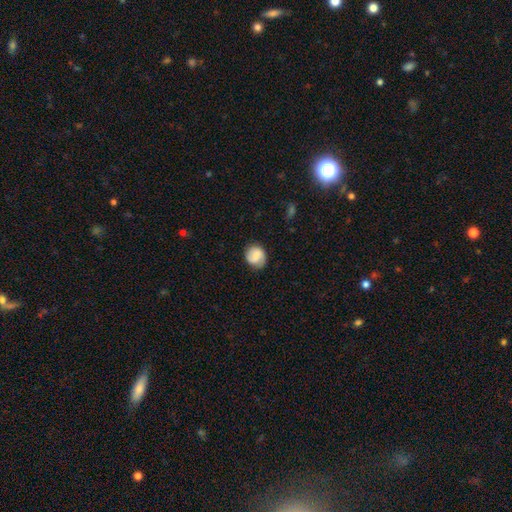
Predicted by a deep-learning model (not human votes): A smooth galaxy with no disk features (61%) that is round (77%). Merging: none (75%).